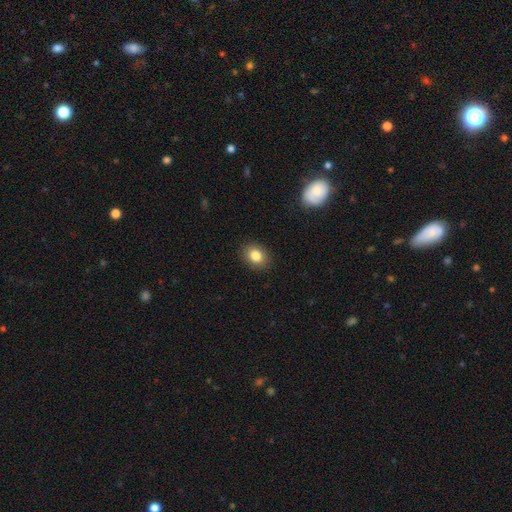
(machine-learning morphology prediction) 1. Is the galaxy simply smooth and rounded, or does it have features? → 83% smooth, 10% star or artifact, 7% featured or disk.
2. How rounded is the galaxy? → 57% in between, 42% round, 1% cigar-shaped.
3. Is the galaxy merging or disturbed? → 89% none, 8% minor disturbance, 2% major disturbance, 1% merger.